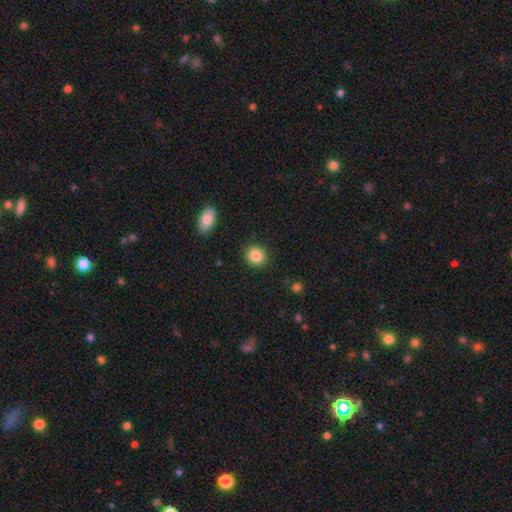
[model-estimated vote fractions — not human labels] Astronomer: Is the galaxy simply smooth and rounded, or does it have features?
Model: smooth — 87%.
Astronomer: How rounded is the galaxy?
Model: round — 73%.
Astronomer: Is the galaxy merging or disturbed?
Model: none — 88%.